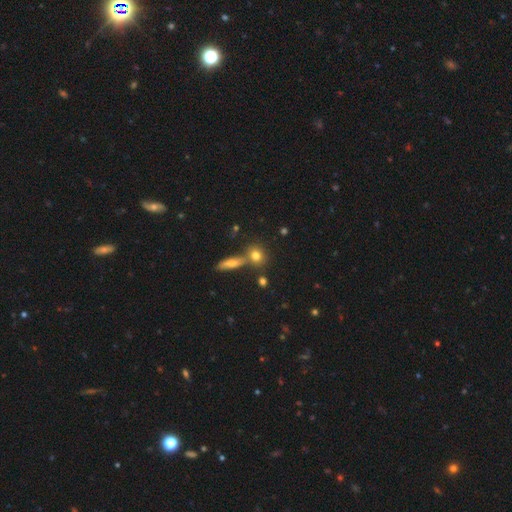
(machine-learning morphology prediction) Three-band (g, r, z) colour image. It shows a smooth galaxy with no disk features (74%) that is round (68%). Merging: none (60%).